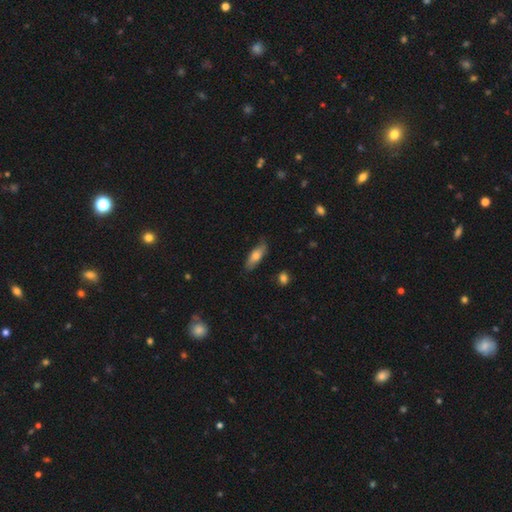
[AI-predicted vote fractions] A smooth galaxy with no disk features (68%) that is in between round and cigar-shaped (62%).

Vote fractions:
- Smooth or featured? smooth: 68% / featured or disk: 26% / star or artifact: 6%
- How rounded? in between: 62% / cigar-shaped: 36% / round: 2%
- Merging? none: 73% / minor disturbance: 22% / major disturbance: 4% / merger: 2%